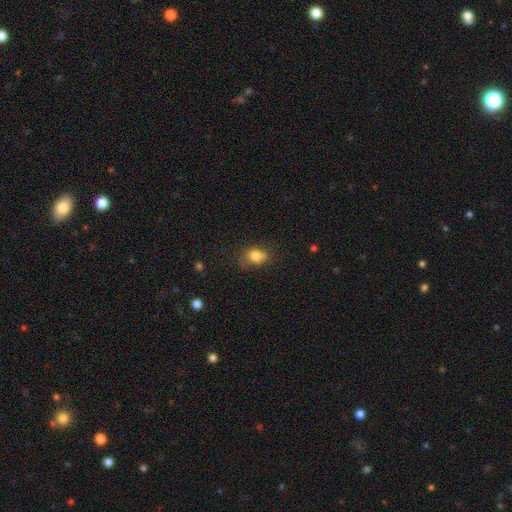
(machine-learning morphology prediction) A smooth galaxy with no disk features (76%) that is round (52%). Merging: none (45%).